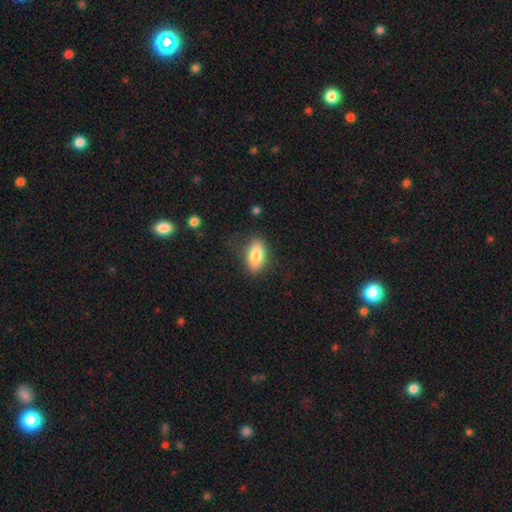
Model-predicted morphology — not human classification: This appears to be a smooth galaxy with no disk features (82%) that is in between round and cigar-shaped (88%). Merging: none (78%).